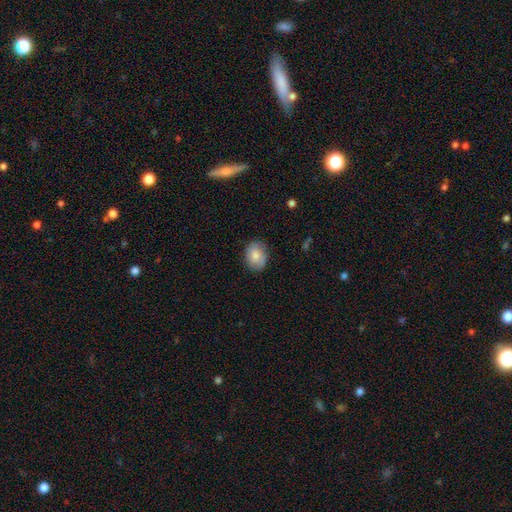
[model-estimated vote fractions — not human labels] Smooth or featured? Predicted: smooth (p=0.80). How rounded? Predicted: in between (p=0.57). Merging? Predicted: none (p=0.81).